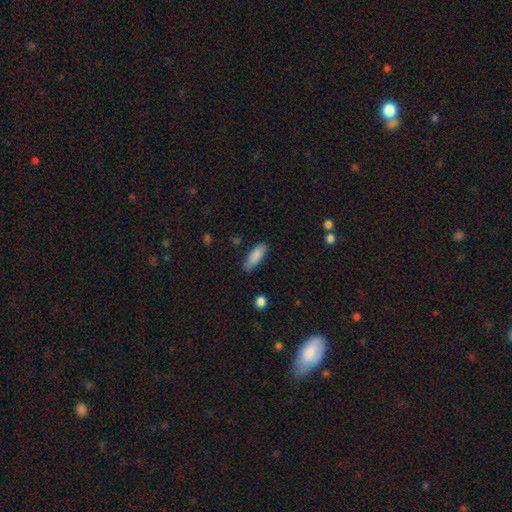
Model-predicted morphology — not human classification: The model was most divided on "how rounded": in between: 62%, cigar-shaped: 36%, round: 2%. More confident: smooth or featured — smooth (86%); merging — none (77%).